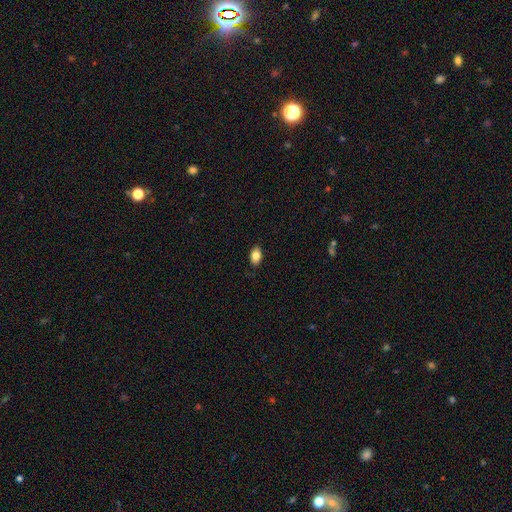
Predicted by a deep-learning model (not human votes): Morphology: type=smooth (86%); roundness=in between (88%); merging=none (86%).